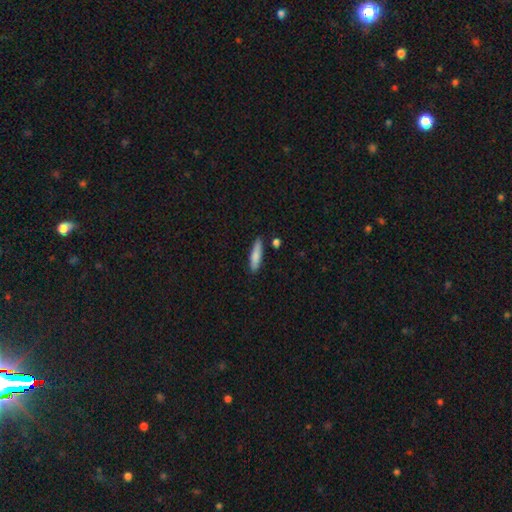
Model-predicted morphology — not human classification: Smooth or featured? Predicted: smooth (p=0.80). How rounded? Predicted: cigar-shaped (p=0.76). Merging? Predicted: none (p=0.83).